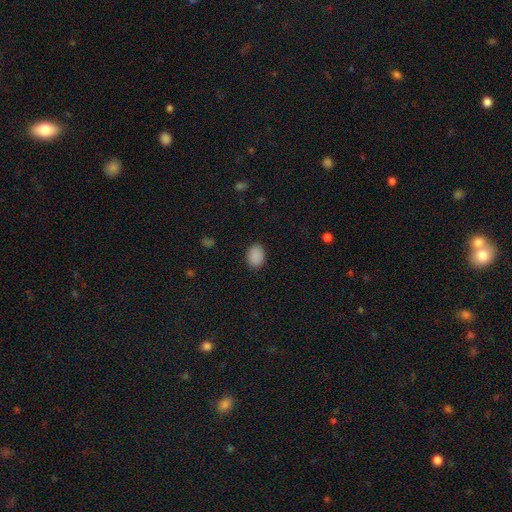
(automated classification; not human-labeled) This appears to be a smooth galaxy with no disk features (89%) that is in between round and cigar-shaped (70%). Merging: none (87%).